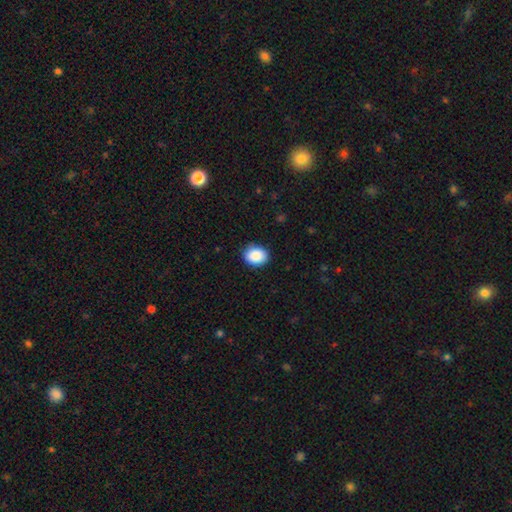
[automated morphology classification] smooth-or-featured: smooth: 89% | star or artifact: 7% | featured or disk: 4%
  how-rounded: in between: 56% | round: 43% | cigar-shaped: 1%
  merging: none: 87% | minor disturbance: 10% | major disturbance: 2% | merger: 1%